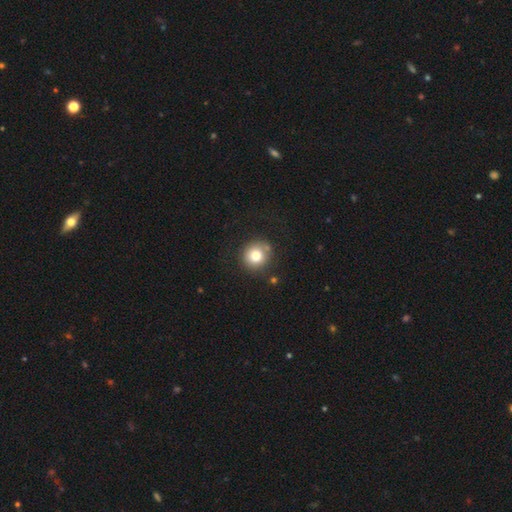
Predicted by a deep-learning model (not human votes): A smooth galaxy with no disk features (80%) that is round (89%).

Vote fractions:
- Smooth or featured? smooth: 80% / star or artifact: 10% / featured or disk: 10%
- How rounded? round: 89% / in between: 10% / cigar-shaped: 1%
- Merging? none: 77% / minor disturbance: 14% / merger: 5% / major disturbance: 5%